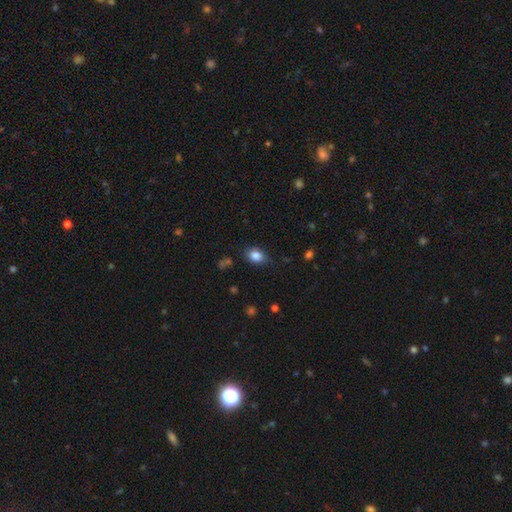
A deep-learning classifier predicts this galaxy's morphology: smooth_or_featured: smooth (p=0.83) [alt: star or artifact p=0.10]
how_rounded: in between (p=0.69) [alt: round p=0.30]
merging: none (p=0.77) [alt: minor disturbance p=0.17]